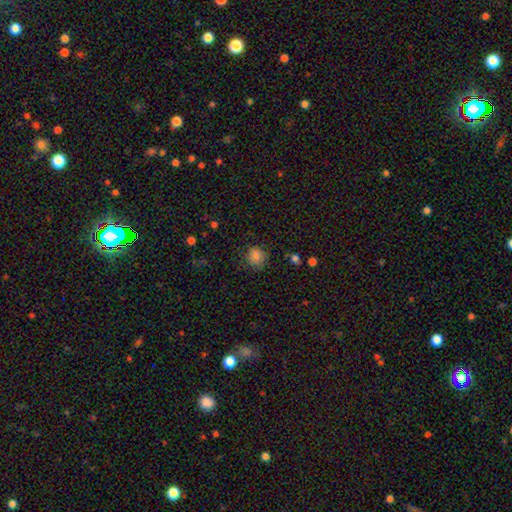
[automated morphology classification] Smooth or featured: smooth — 82% (star or artifact — 12%)
How rounded: round — 88% (in between — 11%)
Merging: none — 80% (minor disturbance — 15%)